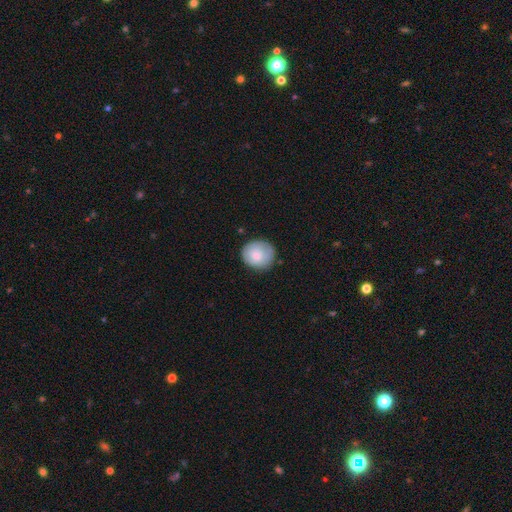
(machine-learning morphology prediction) smooth 79%, featured or disk 15%, star or artifact 6%. Down the decision tree: how rounded — round (82%); merging — none (78%).